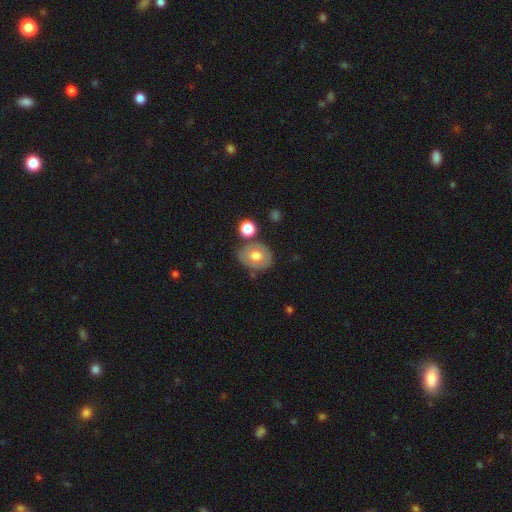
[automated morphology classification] smooth_or_featured: smooth (p=0.59) [alt: featured or disk p=0.33]
how_rounded: round (p=0.53) [alt: in between p=0.46]
merging: none (p=0.66) [alt: minor disturbance p=0.18]